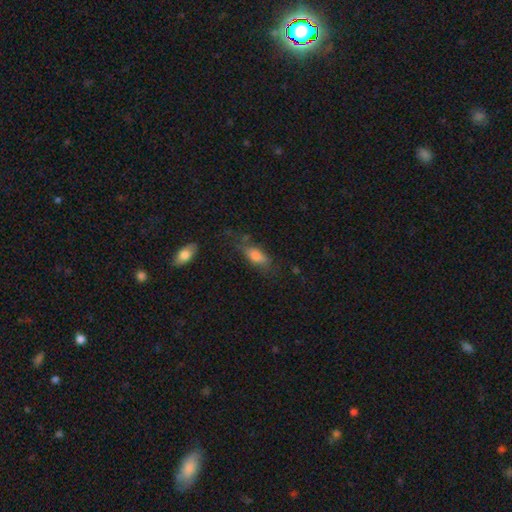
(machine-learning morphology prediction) This is likely a smooth galaxy (76%). How rounded: likely in between (76%). Merging: likely none (61%).